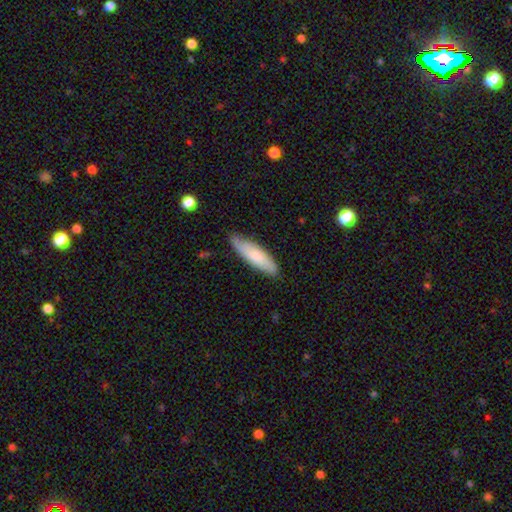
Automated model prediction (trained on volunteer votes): The model was most divided on "how rounded": cigar-shaped: 60%, in between: 38%, round: 1%. More confident: merging — none (79%); smooth or featured — smooth (73%).